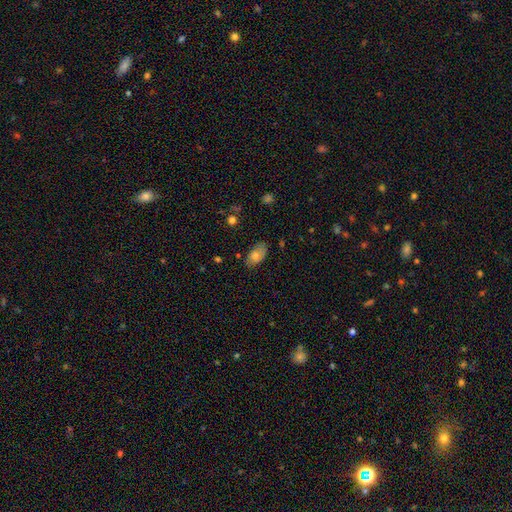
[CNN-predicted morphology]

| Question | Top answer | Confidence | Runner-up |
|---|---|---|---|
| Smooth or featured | smooth | 73% | featured or disk (19%) |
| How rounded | in between | 92% | round (5%) |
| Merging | none | 72% | minor disturbance (22%) |